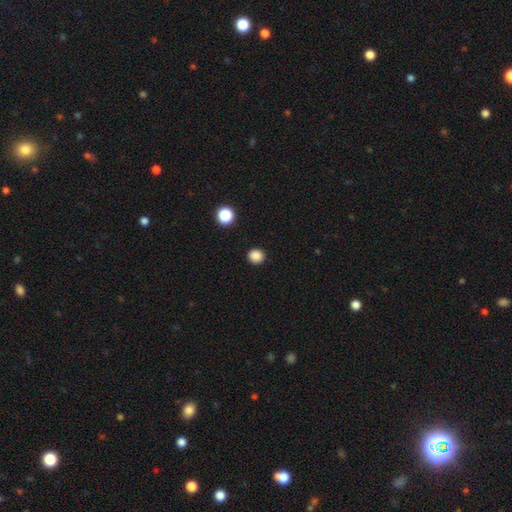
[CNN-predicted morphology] Smooth or featured? Predicted: smooth (p=0.86). How rounded? Predicted: round (p=0.91). Merging? Predicted: none (p=0.92).